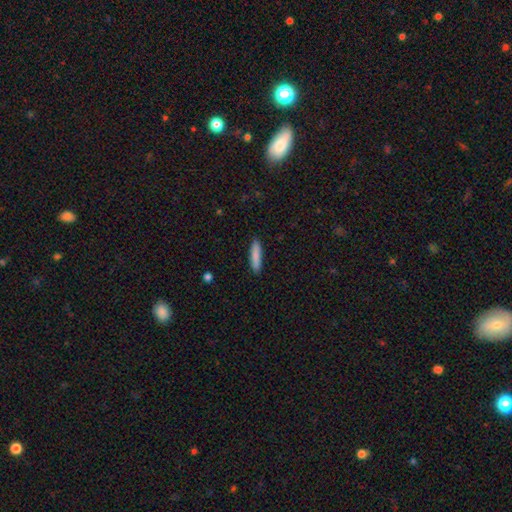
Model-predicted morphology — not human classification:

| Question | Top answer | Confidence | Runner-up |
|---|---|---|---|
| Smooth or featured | smooth | 86% | featured or disk (8%) |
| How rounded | cigar-shaped | 83% | in between (16%) |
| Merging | none | 90% | minor disturbance (7%) |